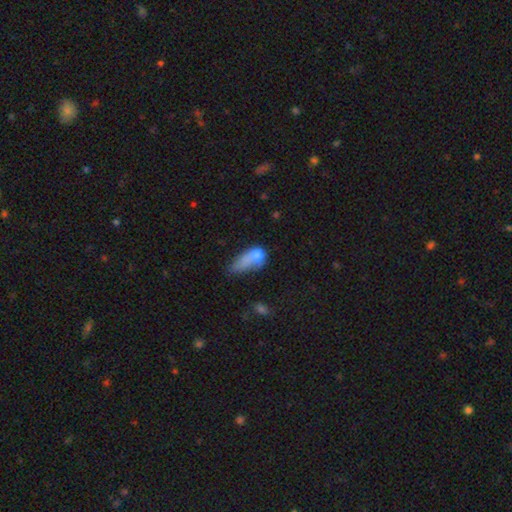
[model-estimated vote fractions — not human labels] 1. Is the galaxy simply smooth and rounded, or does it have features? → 70% smooth, 20% featured or disk, 10% star or artifact.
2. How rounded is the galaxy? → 69% in between, 18% round, 13% cigar-shaped.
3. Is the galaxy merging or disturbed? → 37% major disturbance, 23% merger, 21% minor disturbance, 18% none.